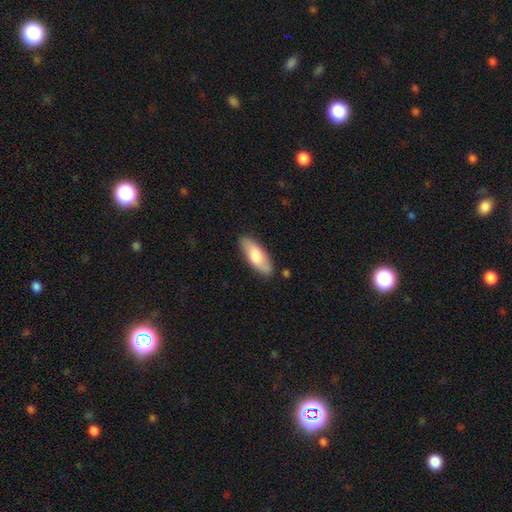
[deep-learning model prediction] The model was most divided on "how rounded": in between: 69%, cigar-shaped: 29%, round: 2%. More confident: merging — none (84%); smooth or featured — smooth (71%).